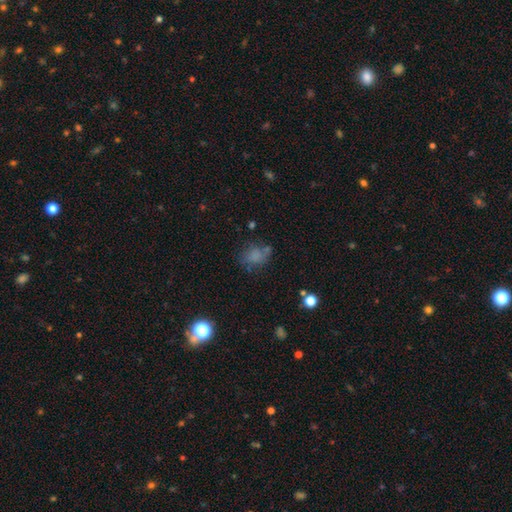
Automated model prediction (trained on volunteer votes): smooth 67%, star or artifact 17%, featured or disk 16%. Down the decision tree: how rounded — in between (57%); merging — none (55%).